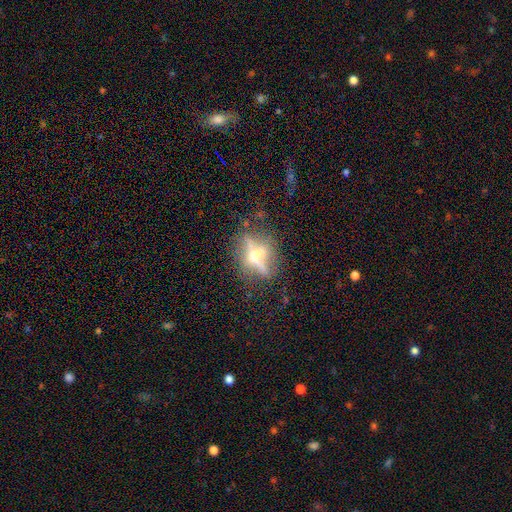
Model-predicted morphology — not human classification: A featured or disk galaxy (73%) viewed edge-on (77%) with a rounded central bulge (95%). Merging: none (71%).